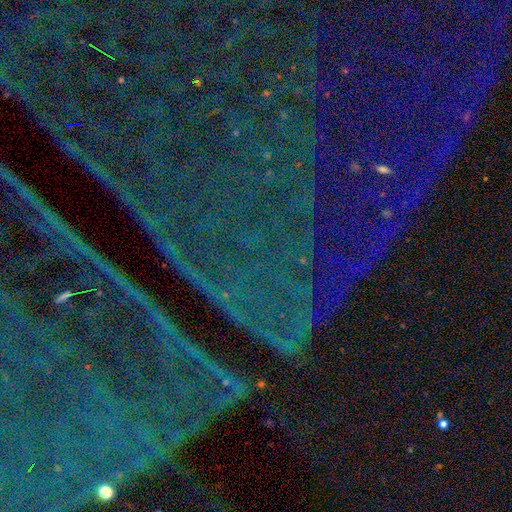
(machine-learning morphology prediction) A star or artifact, not a galaxy (88%).

Vote fractions:
- Smooth or featured? star or artifact: 88% / featured or disk: 7% / smooth: 6%